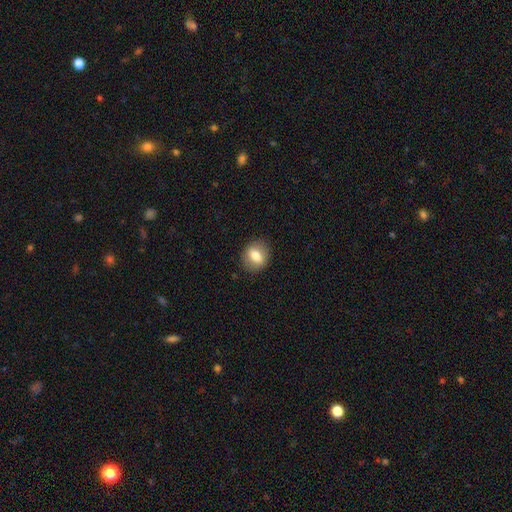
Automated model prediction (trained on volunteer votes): smooth_or_featured: smooth (p=0.73) [alt: featured or disk p=0.19]
how_rounded: round (p=0.55) [alt: in between p=0.43]
merging: none (p=0.86) [alt: minor disturbance p=0.10]